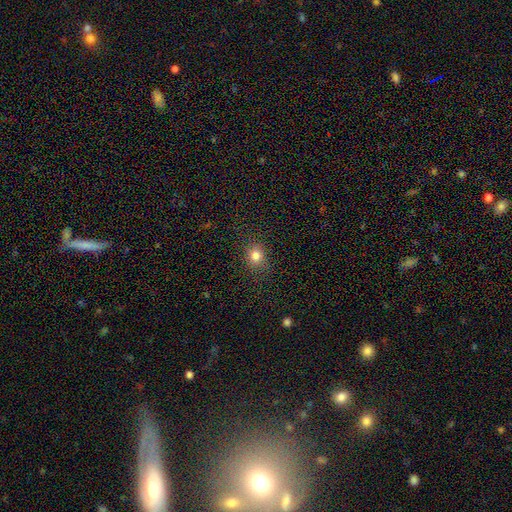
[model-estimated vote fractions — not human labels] Smooth or featured? smooth (81%)
How rounded? round (69%)
Merging? none (86%)